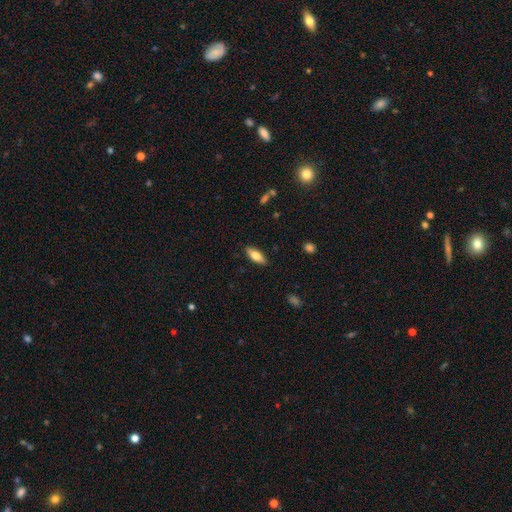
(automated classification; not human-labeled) This is likely a smooth galaxy (71%). How rounded: likely in between (70%). Merging: clearly none (87%).